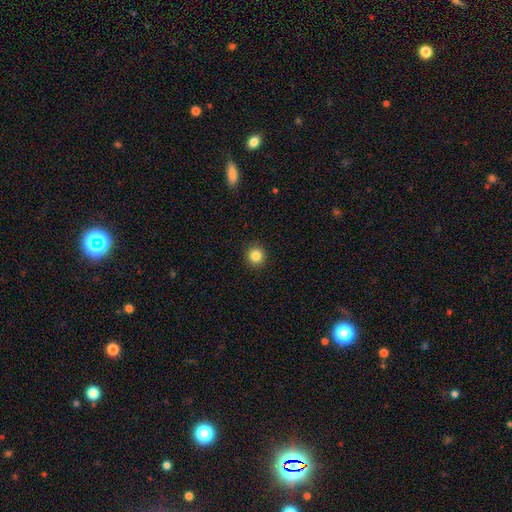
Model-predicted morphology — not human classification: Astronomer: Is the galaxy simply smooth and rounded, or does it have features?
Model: smooth — 85%.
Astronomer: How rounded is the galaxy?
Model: round — 94%.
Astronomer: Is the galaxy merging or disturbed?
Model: none — 93%.